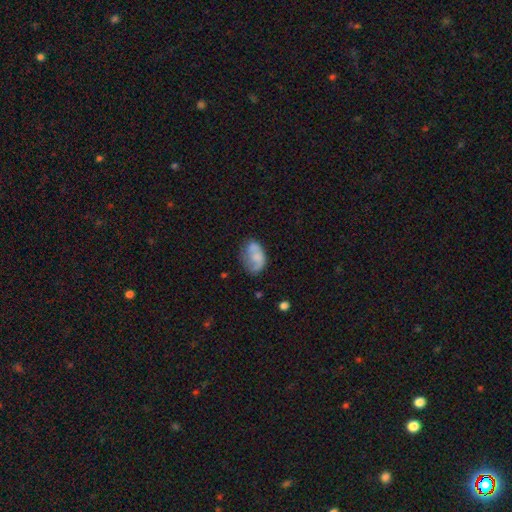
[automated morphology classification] The model was most divided on "merging": none: 44%, minor disturbance: 30%, major disturbance: 18%, merger: 8%. More confident: how rounded — in between (86%); smooth or featured — smooth (58%).